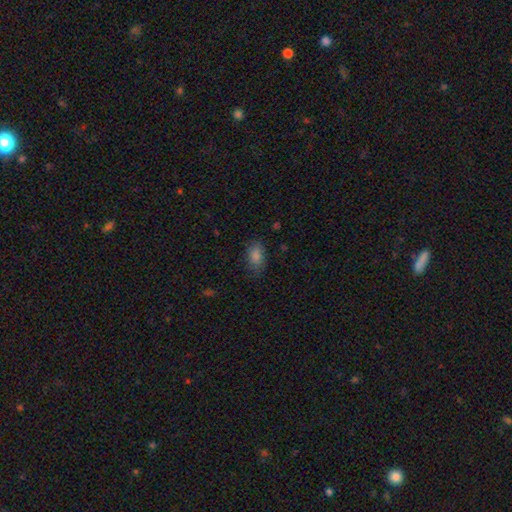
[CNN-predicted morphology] smooth 81%, star or artifact 12%, featured or disk 7%. Down the decision tree: how rounded — in between (87%); merging — none (79%).